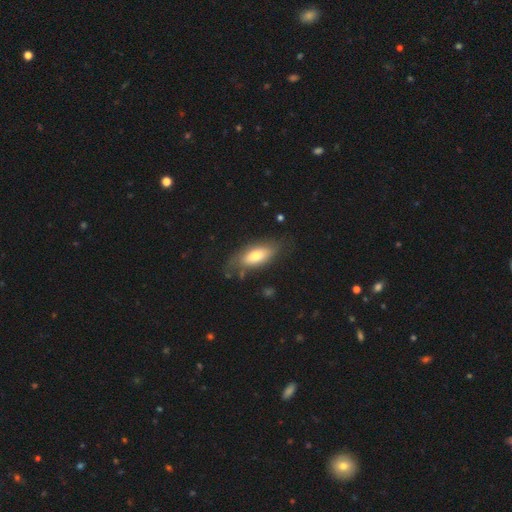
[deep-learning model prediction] Morphology: type=smooth (66%); roundness=in between (79%); merging=none (66%).